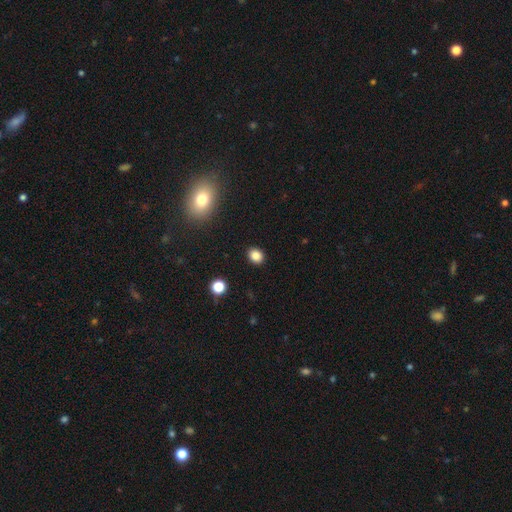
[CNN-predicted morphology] smooth 85%, star or artifact 11%, featured or disk 4%. Down the decision tree: how rounded — round (57%); merging — none (90%).